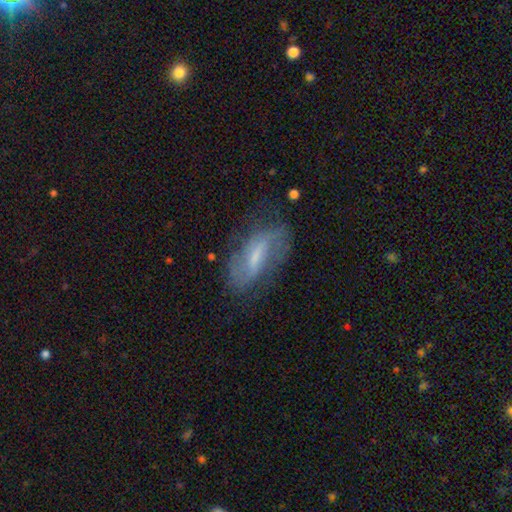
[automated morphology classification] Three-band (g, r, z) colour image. It shows a featured or disk galaxy (65%) with a weak bar (46%), spiral arms (78%) and a small central bulge (44%). Merging: none (64%).